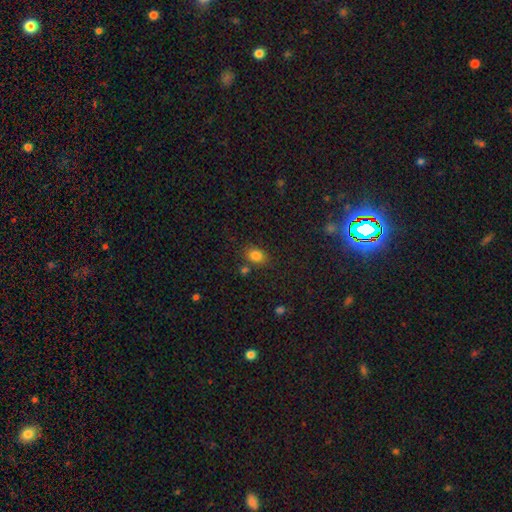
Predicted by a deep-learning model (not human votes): Smooth or featured? smooth (82%)
How rounded? in between (61%)
Merging? none (74%)